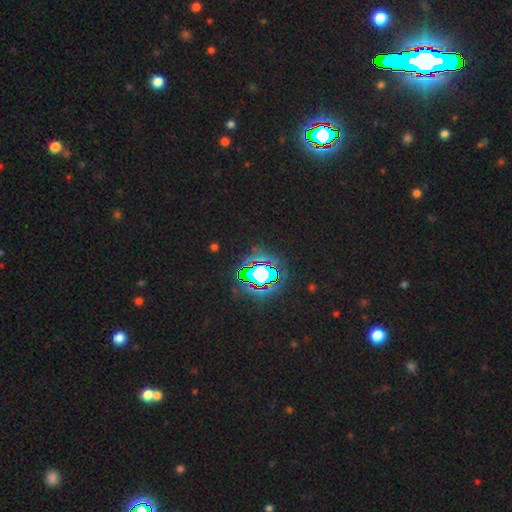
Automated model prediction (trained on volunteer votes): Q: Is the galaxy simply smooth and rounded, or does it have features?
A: star or artifact — 83%.